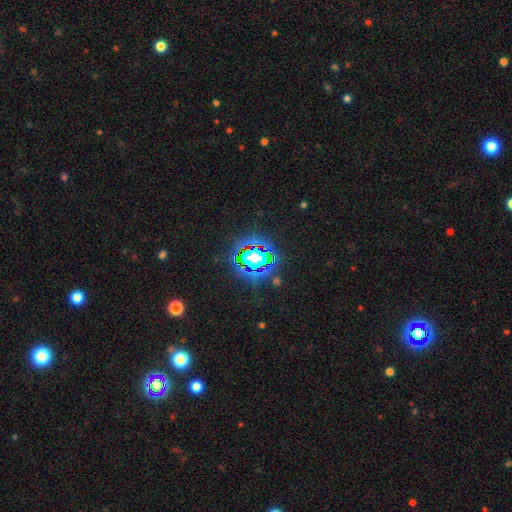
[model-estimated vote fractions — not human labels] Smooth or featured? Predicted: star or artifact (p=0.84).